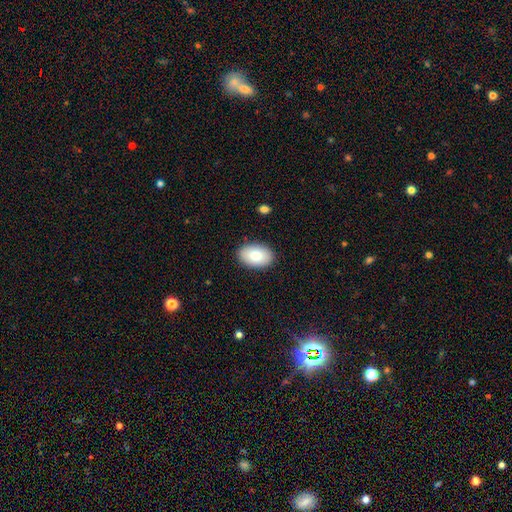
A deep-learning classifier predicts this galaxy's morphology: A smooth galaxy with no disk features (80%) that is in between round and cigar-shaped (90%).

Vote fractions:
- Smooth or featured? smooth: 80% / featured or disk: 13% / star or artifact: 7%
- How rounded? in between: 90% / round: 9% / cigar-shaped: 1%
- Merging? none: 89% / minor disturbance: 8% / major disturbance: 2% / merger: 1%